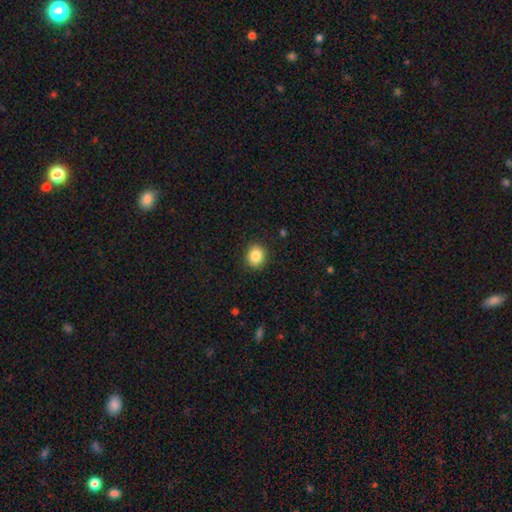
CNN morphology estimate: Overall: smooth (86%). How rounded: round (74%). Merging: none (90%).